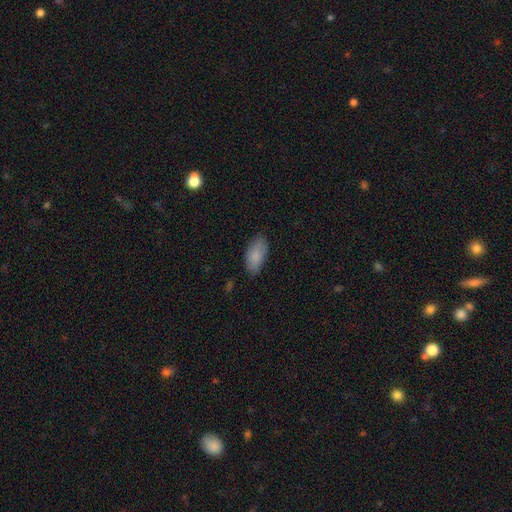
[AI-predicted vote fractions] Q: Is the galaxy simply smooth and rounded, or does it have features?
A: smooth — 85%.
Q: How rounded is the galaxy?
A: in between — 90%.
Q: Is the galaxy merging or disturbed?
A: none — 80%.